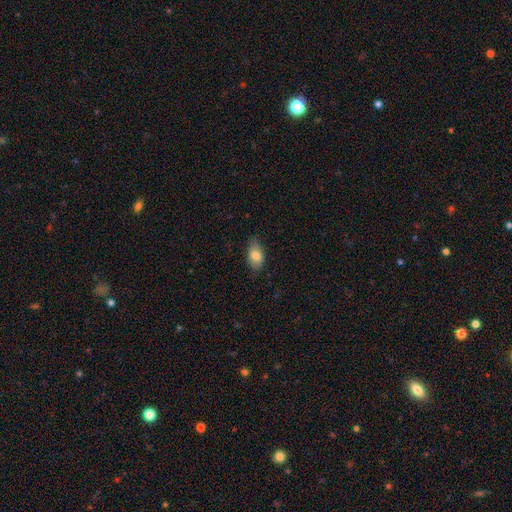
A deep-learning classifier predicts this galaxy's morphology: Smooth or featured? Predicted: smooth (p=0.78). How rounded? Predicted: in between (p=0.89). Merging? Predicted: none (p=0.74).